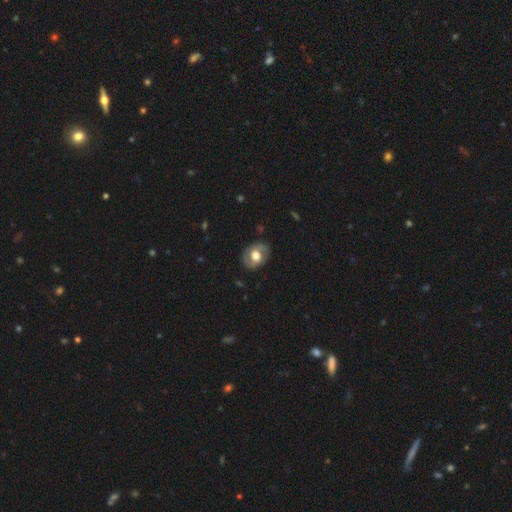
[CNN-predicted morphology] featured or disk 55%, smooth 39%, star or artifact 6%. Down the decision tree: edge-on disk — no (95%); bar — no (65%); spiral arms — yes (55%); bulge size — moderate (50%); merging — none (81%).